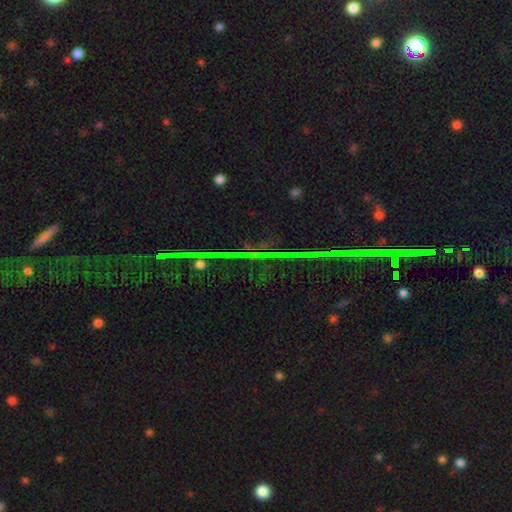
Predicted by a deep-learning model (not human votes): Morphology: type=star or artifact (83%).